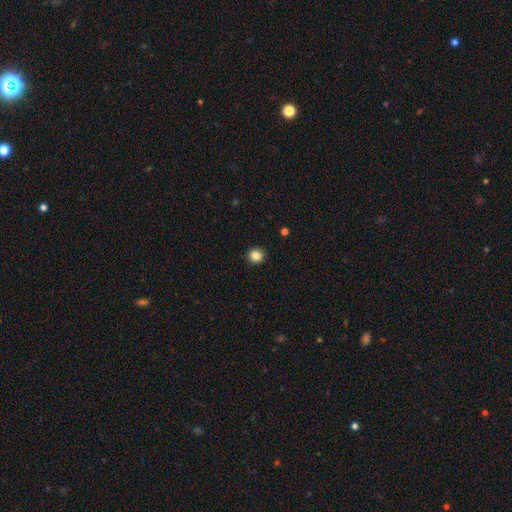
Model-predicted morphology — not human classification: The model was most divided on "smooth or featured": smooth: 85%, star or artifact: 10%, featured or disk: 5%. More confident: merging — none (92%); how rounded — round (90%).